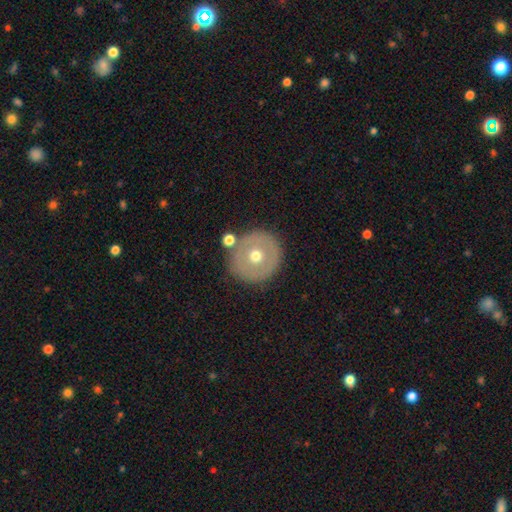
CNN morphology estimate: This appears to be a smooth galaxy with no disk features (52%) that is round (94%). Merging: none (81%).